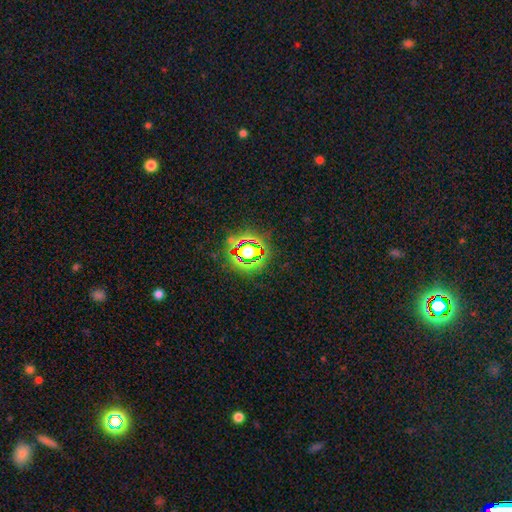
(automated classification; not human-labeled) Q: Smooth or featured?
A: star or artifact (66%); runner-up: smooth (23%)